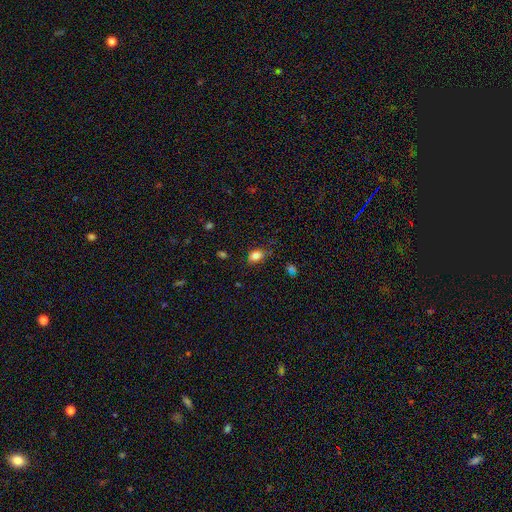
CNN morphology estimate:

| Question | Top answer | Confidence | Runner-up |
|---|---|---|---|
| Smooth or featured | smooth | 83% | star or artifact (11%) |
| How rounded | in between | 79% | round (19%) |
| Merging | none | 75% | minor disturbance (19%) |